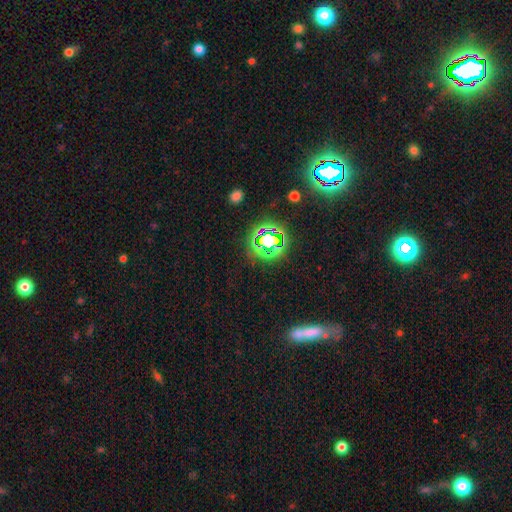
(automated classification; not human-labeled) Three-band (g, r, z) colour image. It shows a star or artifact, not a galaxy (59%).